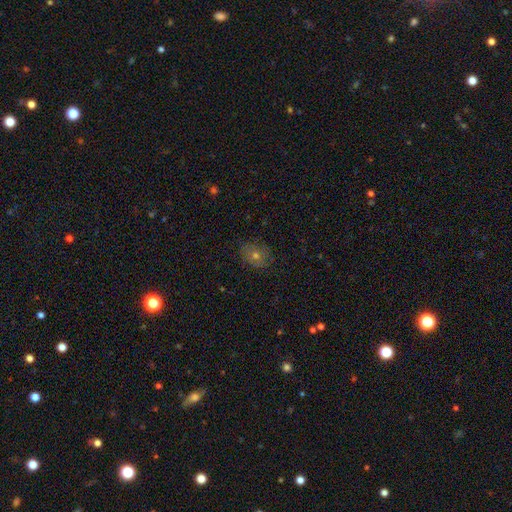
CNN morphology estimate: The model was most divided on "how rounded": round: 58%, in between: 40%, cigar-shaped: 1%. More confident: merging — none (81%); smooth or featured — smooth (57%).